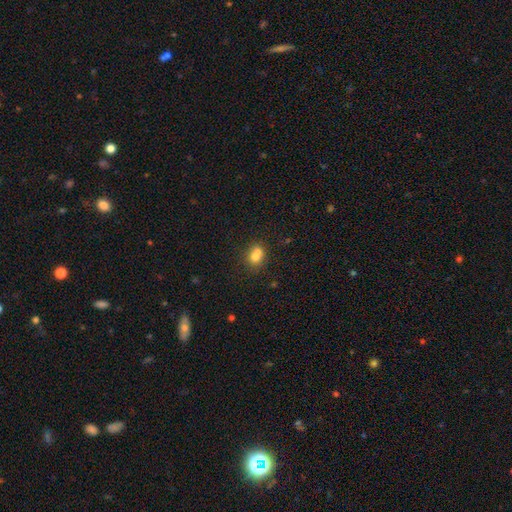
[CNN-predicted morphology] smooth 71%, featured or disk 17%, star or artifact 12%. Down the decision tree: how rounded — round (67%); merging — merger (55%).